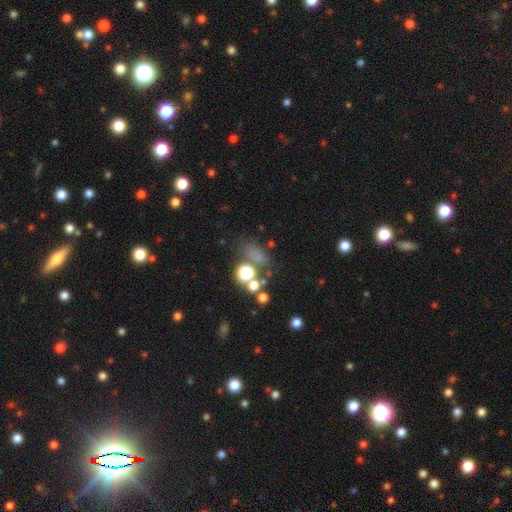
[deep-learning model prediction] The model was most divided on "how rounded": in between: 48%, round: 46%, cigar-shaped: 6%. More confident: merging — none (58%); smooth or featured — smooth (53%).